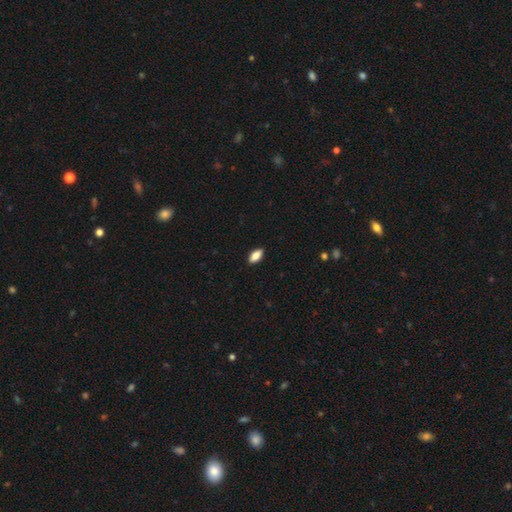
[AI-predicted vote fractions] A smooth galaxy with no disk features (85%) that is in between round and cigar-shaped (87%). Merging: none (89%).